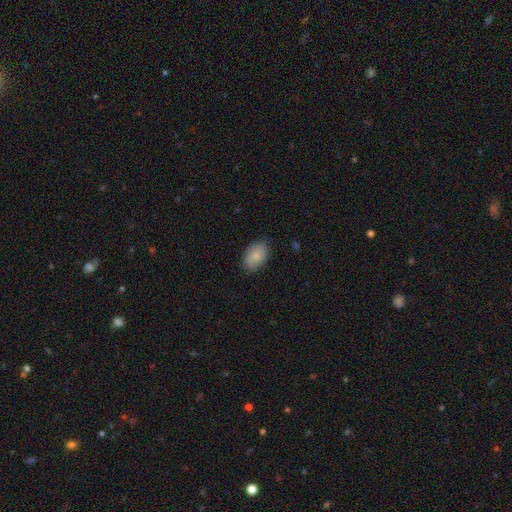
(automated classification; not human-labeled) Q: Smooth or featured?
A: smooth (82%); runner-up: featured or disk (11%)
Q: How rounded?
A: in between (85%); runner-up: round (14%)
Q: Merging?
A: none (81%); runner-up: minor disturbance (15%)